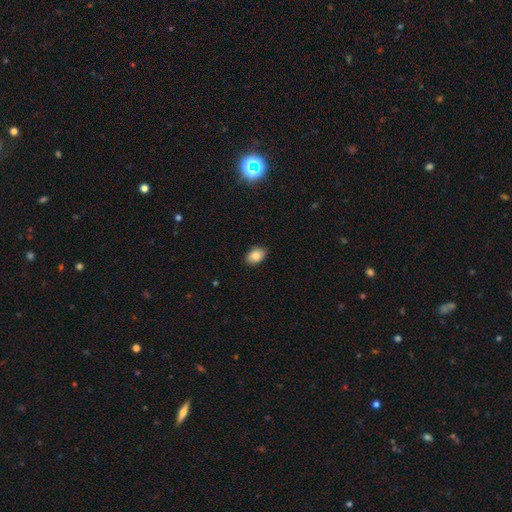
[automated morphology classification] Smooth or featured?
  - smooth: 84% *
  - star or artifact: 9%
  - featured or disk: 7%
How rounded?
  - in between: 84% *
  - round: 15%
  - cigar-shaped: 1%
Merging?
  - none: 88% *
  - minor disturbance: 9%
  - major disturbance: 2%
  - merger: 1%